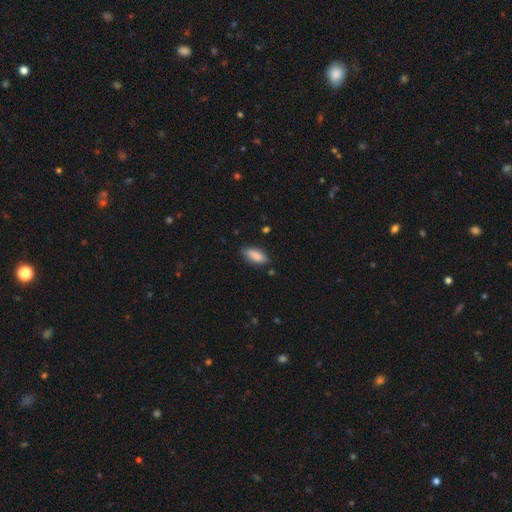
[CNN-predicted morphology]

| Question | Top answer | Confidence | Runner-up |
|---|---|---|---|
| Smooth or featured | smooth | 85% | featured or disk (8%) |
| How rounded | in between | 75% | cigar-shaped (23%) |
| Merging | none | 80% | minor disturbance (16%) |